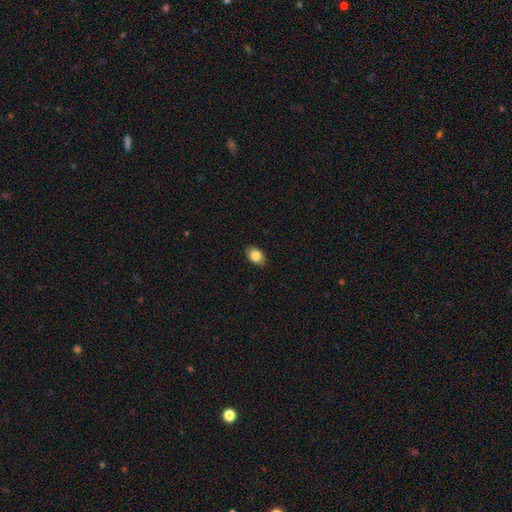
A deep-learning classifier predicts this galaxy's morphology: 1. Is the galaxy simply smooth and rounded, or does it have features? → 86% smooth, 8% star or artifact, 6% featured or disk.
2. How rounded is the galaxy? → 83% in between, 15% round, 1% cigar-shaped.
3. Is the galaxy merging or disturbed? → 88% none, 9% minor disturbance, 2% major disturbance, 1% merger.